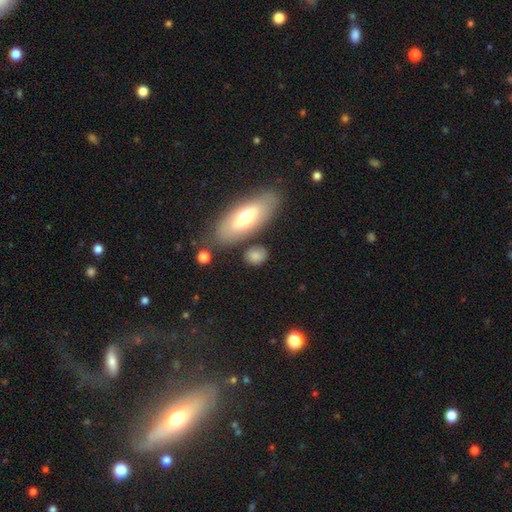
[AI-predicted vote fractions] smooth-or-featured: smooth: 77% | featured or disk: 15% | star or artifact: 8%
  how-rounded: in between: 57% | round: 36% | cigar-shaped: 7%
  merging: none: 72% | minor disturbance: 15% | merger: 8% | major disturbance: 5%